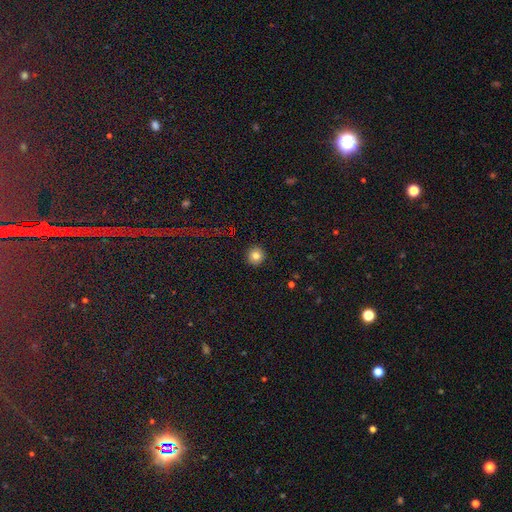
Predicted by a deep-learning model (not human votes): Smooth or featured? Predicted: smooth (p=0.81). How rounded? Predicted: round (p=0.93). Merging? Predicted: none (p=0.92).